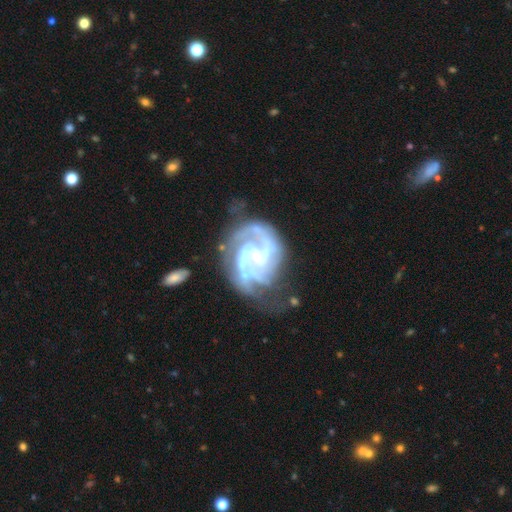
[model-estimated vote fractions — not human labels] A featured or disk galaxy (90%) with a weak bar (44%), 2 (43%) medium (47%) spiral arms (96%) and a small central bulge (65%). Merging: none (52%).